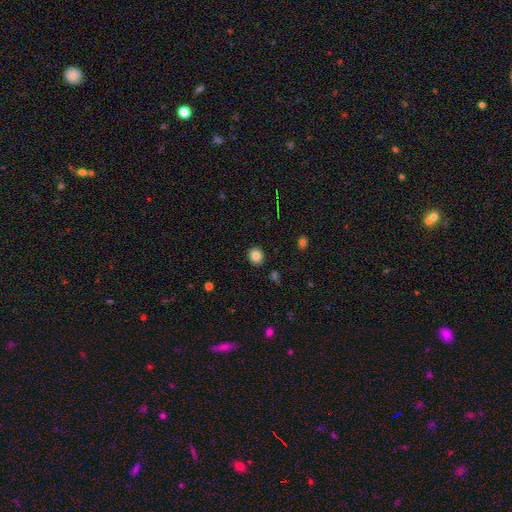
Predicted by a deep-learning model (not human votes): Smooth or featured?
  - smooth: 84% *
  - star or artifact: 10%
  - featured or disk: 6%
How rounded?
  - round: 75% *
  - in between: 24%
  - cigar-shaped: 1%
Merging?
  - none: 90% *
  - minor disturbance: 7%
  - major disturbance: 2%
  - merger: 1%